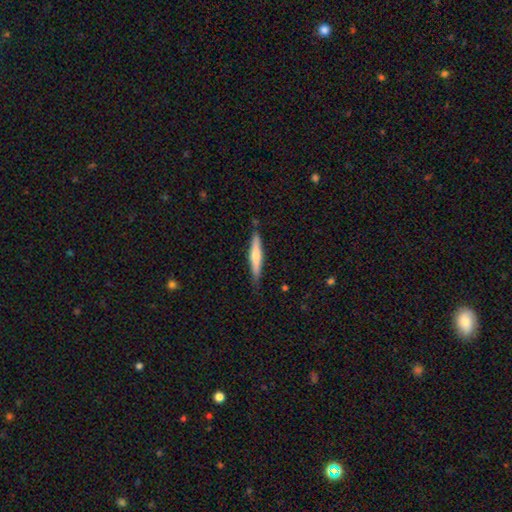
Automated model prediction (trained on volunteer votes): A smooth galaxy with no disk features (53%) that is cigar-shaped (91%). Merging: none (82%).